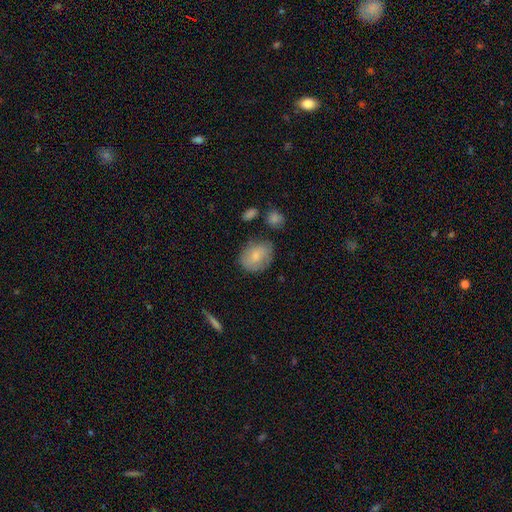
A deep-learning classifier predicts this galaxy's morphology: Smooth or featured?
  - smooth: 74% *
  - featured or disk: 19%
  - star or artifact: 7%
How rounded?
  - in between: 54% *
  - round: 45%
  - cigar-shaped: 1%
Merging?
  - none: 67% *
  - minor disturbance: 22%
  - major disturbance: 6%
  - merger: 5%